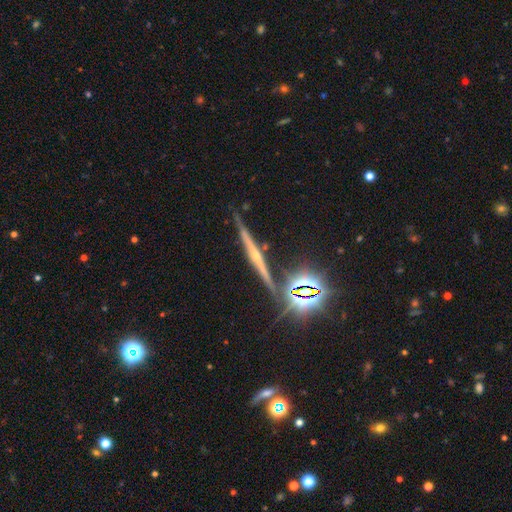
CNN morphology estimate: A featured or disk galaxy (65%) viewed edge-on (95%) with a rounded central bulge (67%).

Vote fractions:
- Smooth or featured? featured or disk: 65% / star or artifact: 21% / smooth: 14%
- Edge-on disk? yes: 95% / no: 5%
- Edge-on bulge? rounded: 67% / none: 23% / boxy: 9%
- Merging? none: 81% / minor disturbance: 10% / merger: 5% / major disturbance: 4%